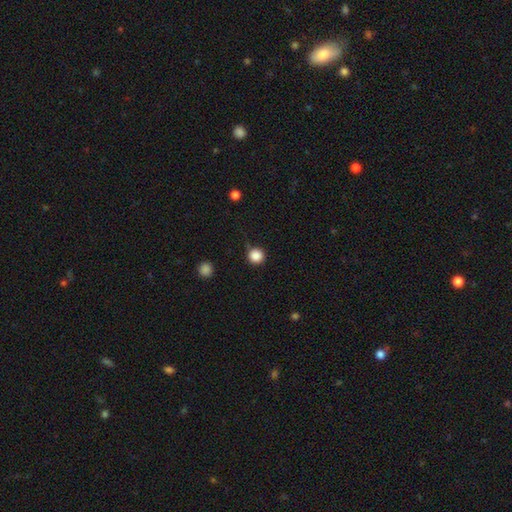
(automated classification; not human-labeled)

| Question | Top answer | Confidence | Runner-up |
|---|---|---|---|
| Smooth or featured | smooth | 86% | star or artifact (11%) |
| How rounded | round | 95% | in between (4%) |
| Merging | none | 85% | minor disturbance (10%) |